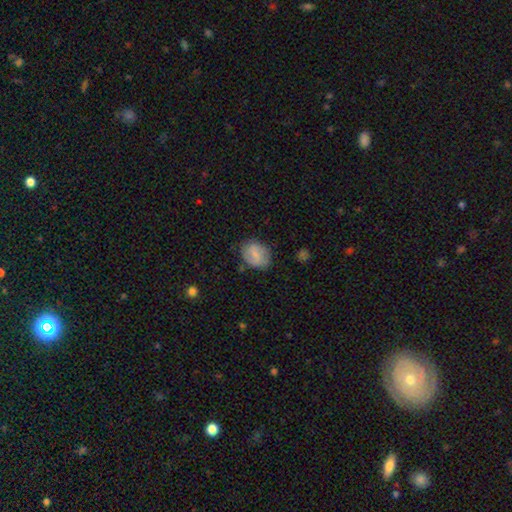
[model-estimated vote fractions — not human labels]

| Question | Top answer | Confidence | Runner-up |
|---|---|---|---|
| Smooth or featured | smooth | 68% | featured or disk (25%) |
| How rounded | in between | 54% | round (45%) |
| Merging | none | 73% | minor disturbance (20%) |